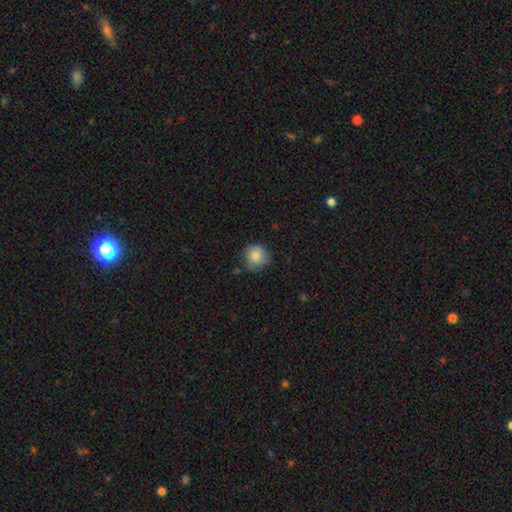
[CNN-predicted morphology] The model was most divided on "merging": none: 74%, minor disturbance: 20%, major disturbance: 4%, merger: 2%. More confident: how rounded — round (90%); smooth or featured — smooth (83%).